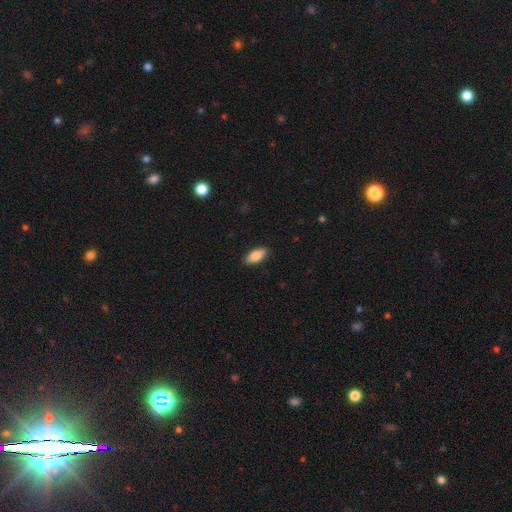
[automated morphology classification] Smooth or featured? Predicted: smooth (p=0.85). How rounded? Predicted: in between (p=0.87). Merging? Predicted: none (p=0.88).